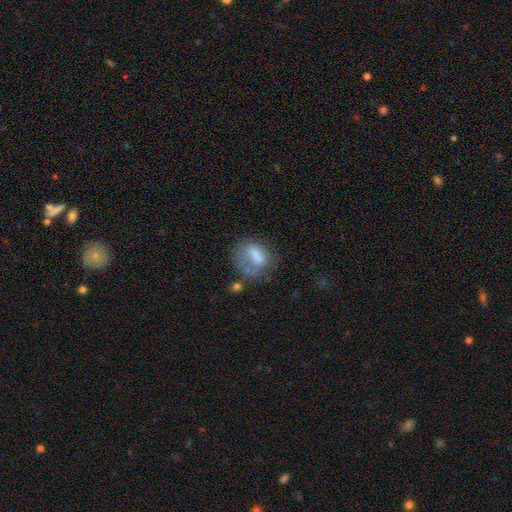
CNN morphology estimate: Smooth or featured? Predicted: smooth (p=0.60). How rounded? Predicted: in between (p=0.52). Merging? Predicted: none (p=0.37).